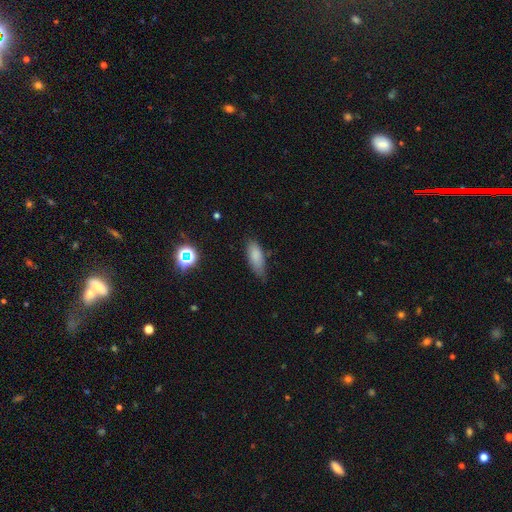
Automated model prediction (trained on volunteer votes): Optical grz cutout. It shows a smooth galaxy with no disk features (82%) that is in between round and cigar-shaped (74%). Merging: none (61%).